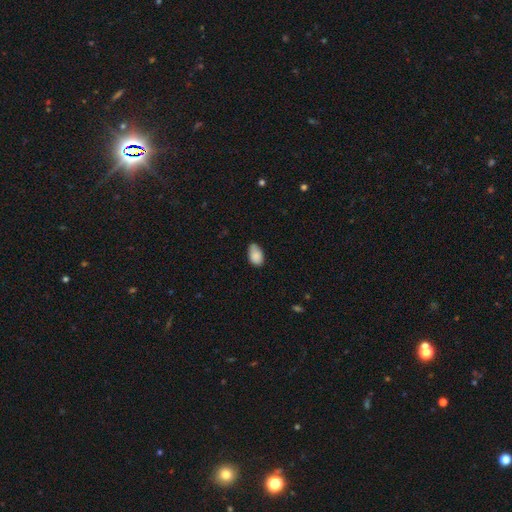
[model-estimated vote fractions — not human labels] Smooth or featured? Predicted: smooth (p=0.86). How rounded? Predicted: in between (p=0.91). Merging? Predicted: none (p=0.63).